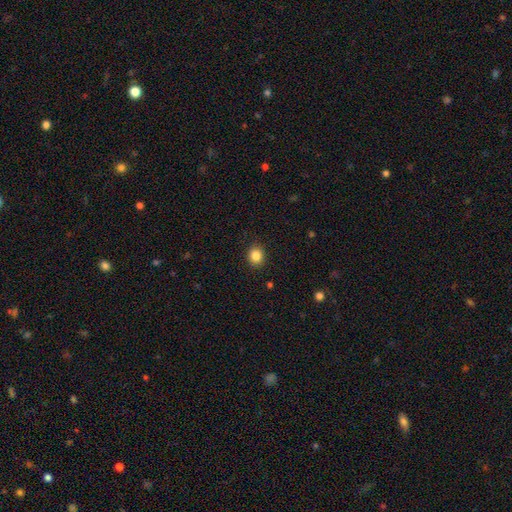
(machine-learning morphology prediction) Overall: smooth (85%). How rounded: round (72%). Merging: none (90%).